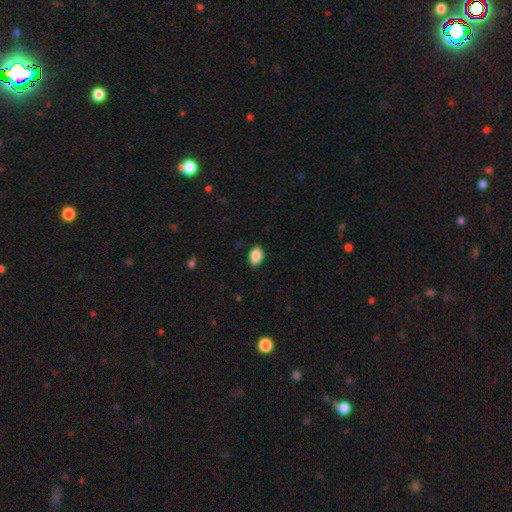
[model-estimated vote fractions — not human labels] Smooth or featured?
  - smooth: 88% *
  - star or artifact: 8%
  - featured or disk: 5%
How rounded?
  - in between: 85% *
  - round: 14%
  - cigar-shaped: 1%
Merging?
  - none: 86% *
  - minor disturbance: 11%
  - major disturbance: 2%
  - merger: 1%